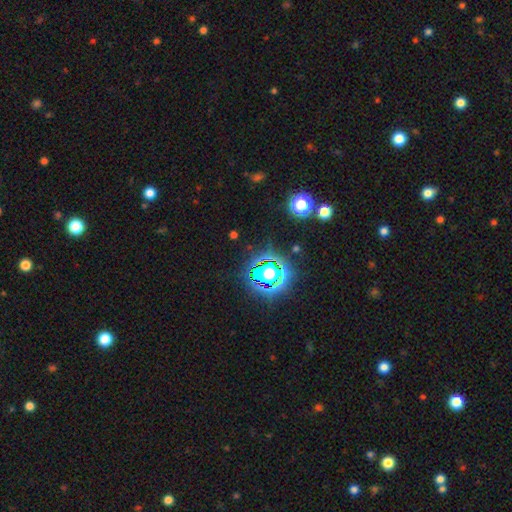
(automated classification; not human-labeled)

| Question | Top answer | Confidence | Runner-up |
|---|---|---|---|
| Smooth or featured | star or artifact | 81% | smooth (12%) |